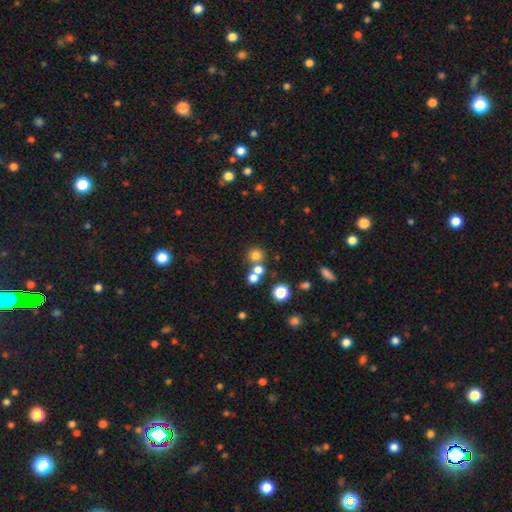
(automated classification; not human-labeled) Smooth or featured? smooth (73%)
How rounded? round (87%)
Merging? none (62%)